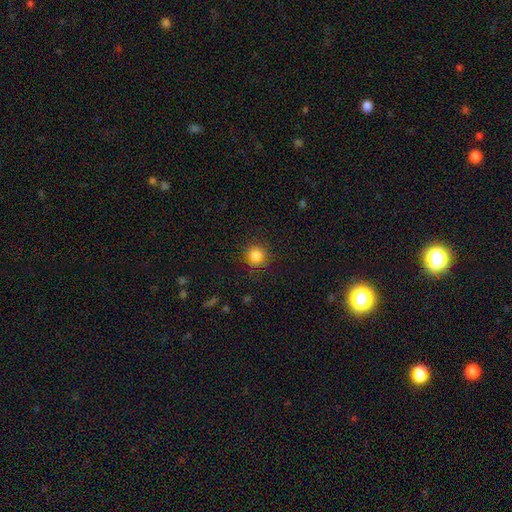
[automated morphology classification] A smooth galaxy with no disk features (80%) that is round (91%).

Vote fractions:
- Smooth or featured? smooth: 80% / star or artifact: 15% / featured or disk: 5%
- How rounded? round: 91% / in between: 8% / cigar-shaped: 1%
- Merging? none: 85% / minor disturbance: 10% / major disturbance: 3% / merger: 2%